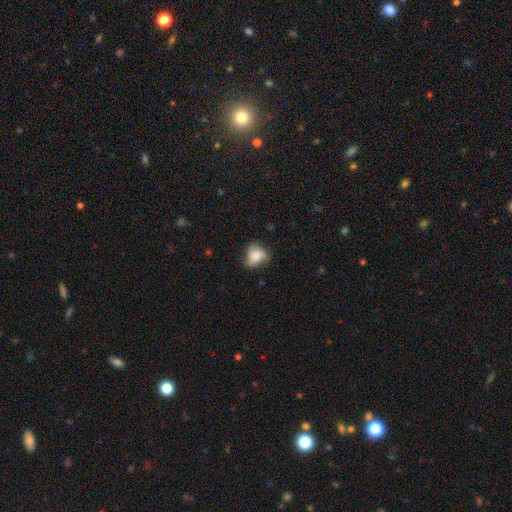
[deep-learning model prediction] Overall: smooth (69%). How rounded: in between (53%; round 46%). Merging: none (52%; minor disturbance 31%).